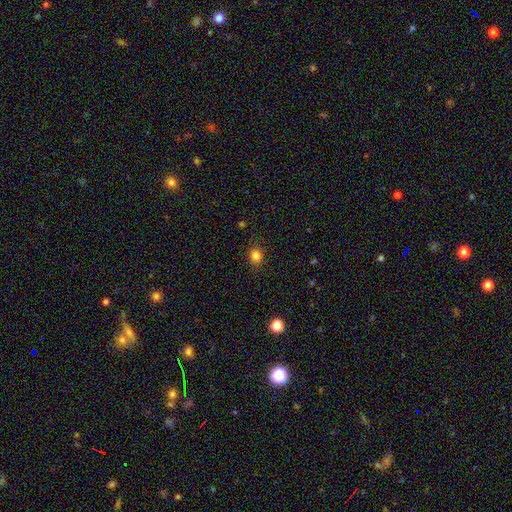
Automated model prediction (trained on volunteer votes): The model was most divided on "how rounded": round: 67%, in between: 32%, cigar-shaped: 1%. More confident: merging — none (86%); smooth or featured — smooth (82%).